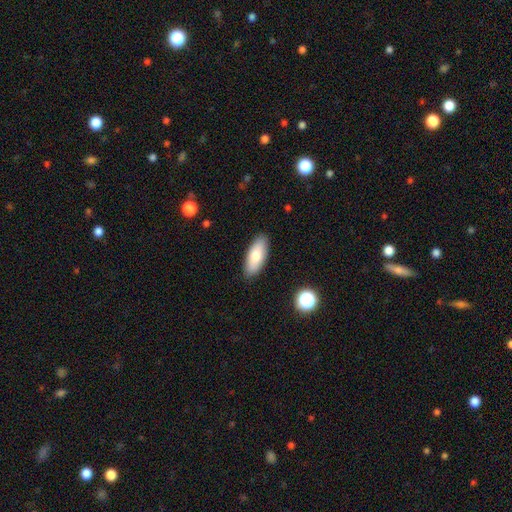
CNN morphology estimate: Smooth or featured? Predicted: smooth (p=0.77). How rounded? Predicted: in between (p=0.82). Merging? Predicted: none (p=0.88).